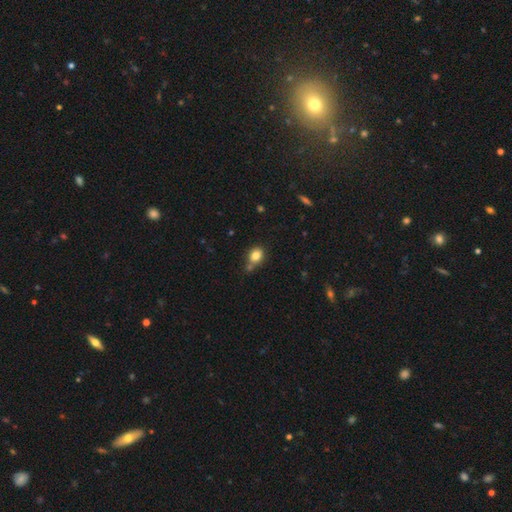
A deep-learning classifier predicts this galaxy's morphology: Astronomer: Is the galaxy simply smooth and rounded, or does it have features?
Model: smooth — 82%.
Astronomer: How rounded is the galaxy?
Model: round — 52% (runner-up: in between, 46%).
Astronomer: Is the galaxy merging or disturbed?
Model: none — 62%.